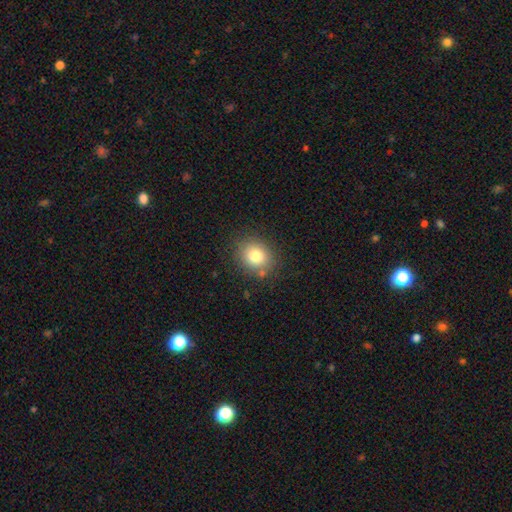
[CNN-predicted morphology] This appears to be a smooth galaxy with no disk features (79%) that is round (69%). Merging: none (83%).